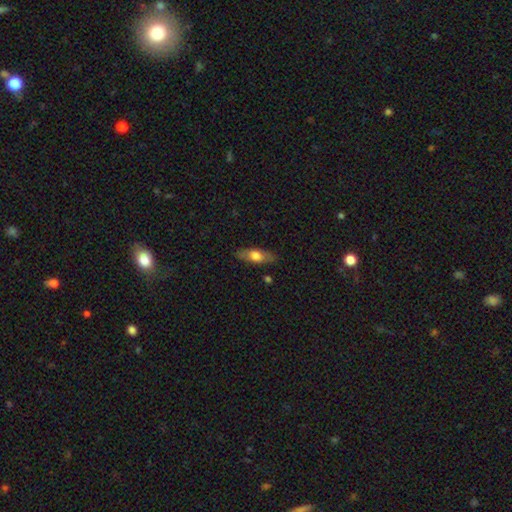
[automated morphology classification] A smooth galaxy with no disk features (59%) that is in between round and cigar-shaped (69%). Merging: none (83%).